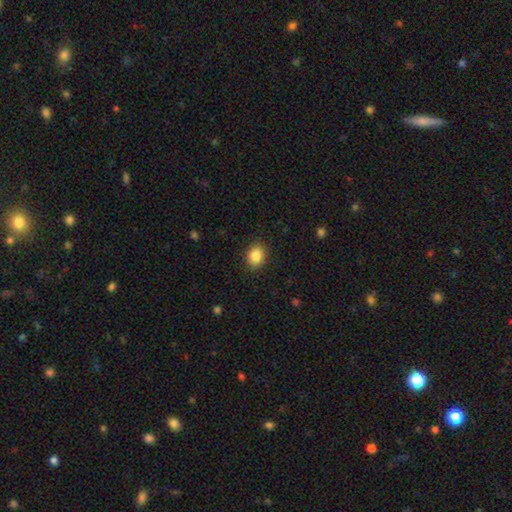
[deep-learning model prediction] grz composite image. It shows a smooth galaxy with no disk features (86%) that is in between round and cigar-shaped (50%). Merging: none (88%).